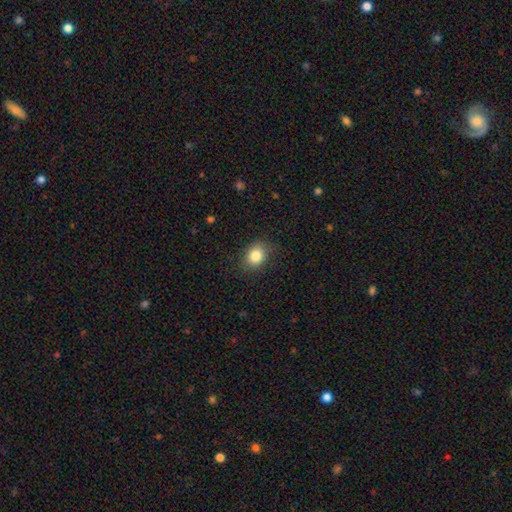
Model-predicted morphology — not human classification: Q: Smooth or featured?
A: smooth (84%); runner-up: star or artifact (10%)
Q: How rounded?
A: round (54%); runner-up: in between (45%)
Q: Merging?
A: none (83%); runner-up: minor disturbance (12%)